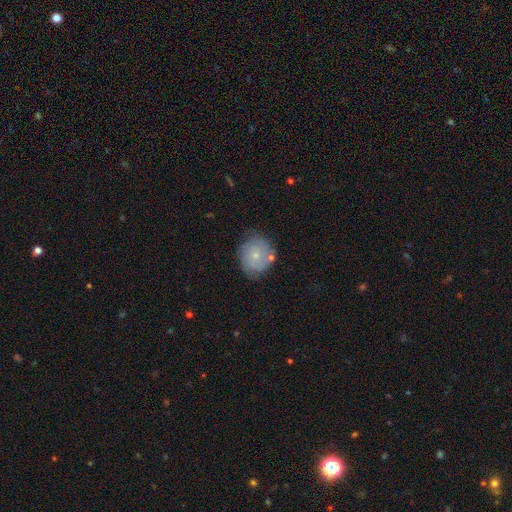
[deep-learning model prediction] Q: Smooth or featured?
A: smooth (60%); runner-up: featured or disk (32%)
Q: How rounded?
A: round (78%); runner-up: in between (20%)
Q: Merging?
A: none (67%); runner-up: minor disturbance (21%)